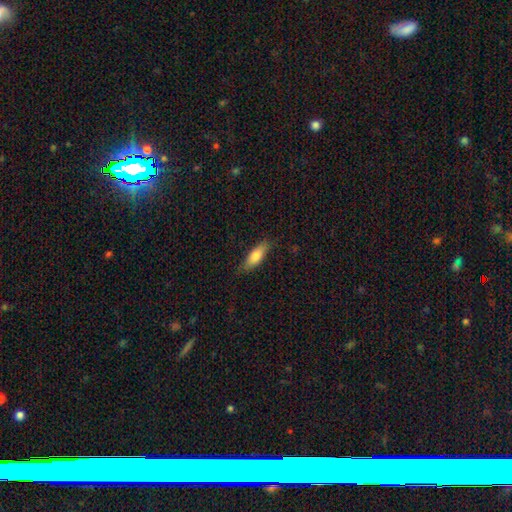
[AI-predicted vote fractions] smooth-or-featured: smooth: 74% | featured or disk: 19% | star or artifact: 6%
  how-rounded: in between: 58% | cigar-shaped: 39% | round: 2%
  merging: none: 81% | minor disturbance: 15% | major disturbance: 3% | merger: 1%